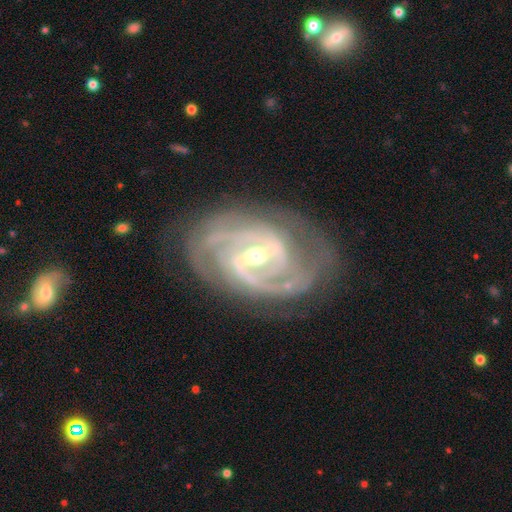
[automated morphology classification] A featured or disk galaxy (92%) with a strong bar (47%), 2 (43%) tight (58%) spiral arms (98%) and a moderate central bulge (52%). Merging: none (76%).